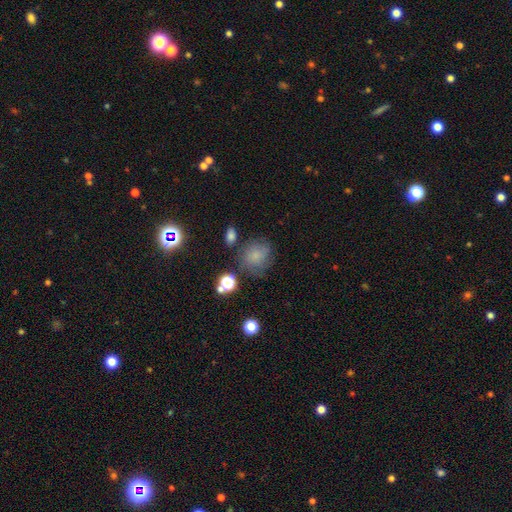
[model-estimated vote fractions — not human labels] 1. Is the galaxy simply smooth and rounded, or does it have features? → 72% smooth, 15% star or artifact, 13% featured or disk.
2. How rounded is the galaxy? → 77% round, 22% in between, 1% cigar-shaped.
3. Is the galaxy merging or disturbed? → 64% none, 21% minor disturbance, 10% major disturbance, 6% merger.